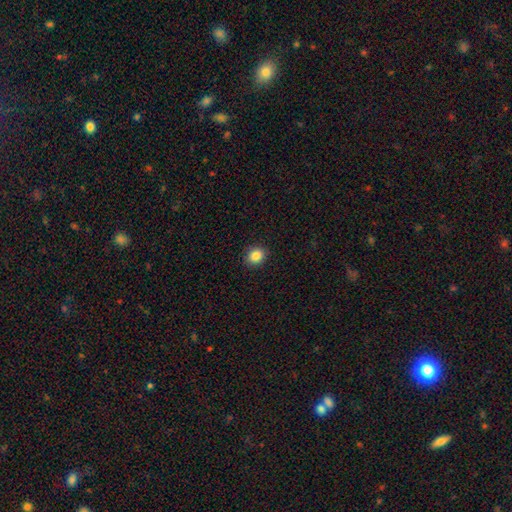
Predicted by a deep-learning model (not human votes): Smooth or featured: smooth — 85% (star or artifact — 10%)
How rounded: round — 72% (in between — 27%)
Merging: none — 91% (minor disturbance — 6%)